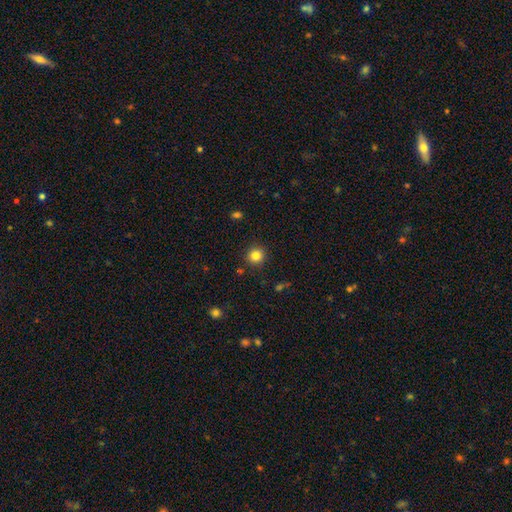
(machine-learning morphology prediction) smooth_or_featured: smooth (p=0.83) [alt: star or artifact p=0.12]
how_rounded: round (p=0.91) [alt: in between p=0.08]
merging: none (p=0.89) [alt: minor disturbance p=0.07]